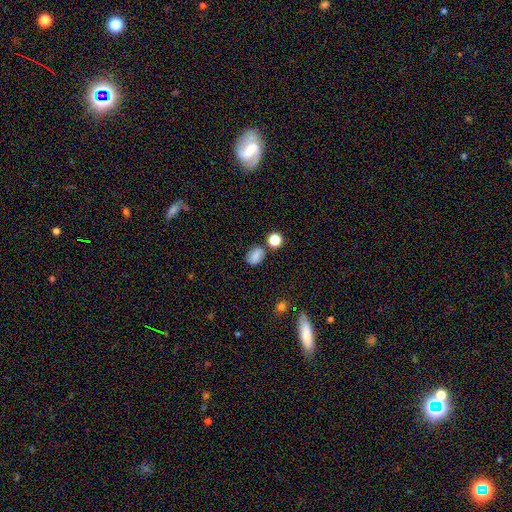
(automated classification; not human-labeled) Smooth or featured? smooth (75%)
How rounded? in between (68%)
Merging? none (74%)